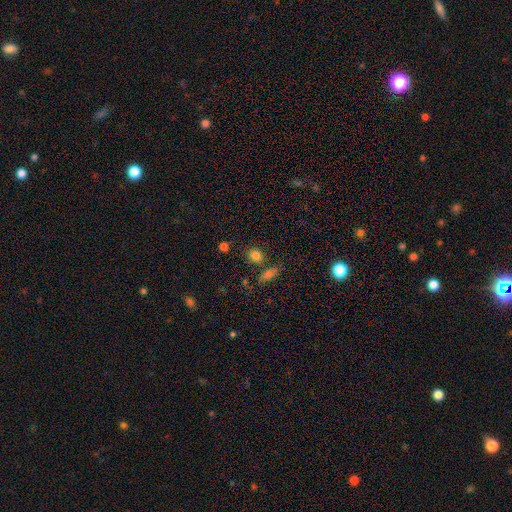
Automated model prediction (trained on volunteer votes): Q: Smooth or featured?
A: smooth (82%); runner-up: star or artifact (13%)
Q: How rounded?
A: round (72%); runner-up: in between (26%)
Q: Merging?
A: none (77%); runner-up: minor disturbance (11%)